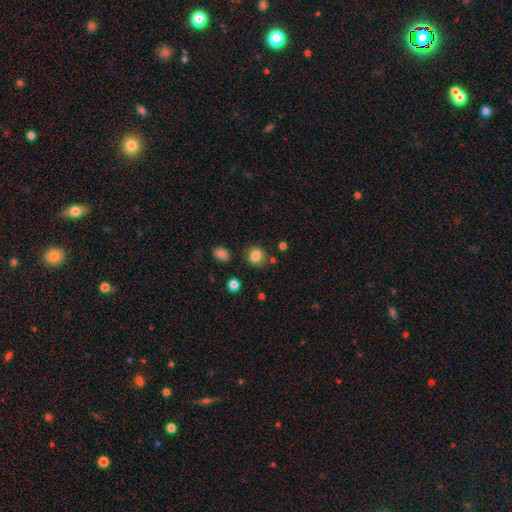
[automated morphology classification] A smooth galaxy with no disk features (83%) that is round (86%). Merging: none (84%).